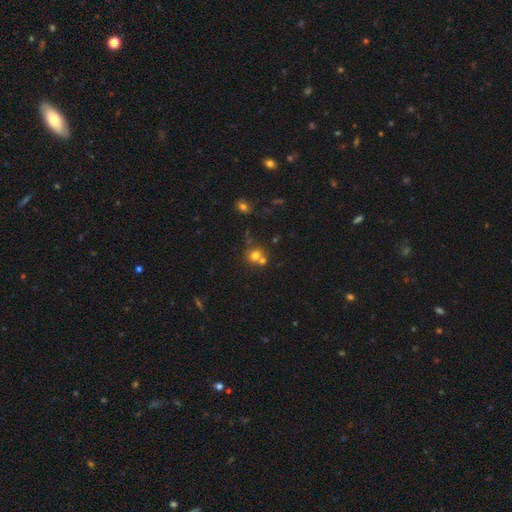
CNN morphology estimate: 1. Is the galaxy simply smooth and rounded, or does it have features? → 70% smooth, 16% star or artifact, 14% featured or disk.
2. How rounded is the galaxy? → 82% round, 17% in between, 1% cigar-shaped.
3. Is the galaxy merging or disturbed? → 48% none, 41% merger, 8% minor disturbance, 3% major disturbance.